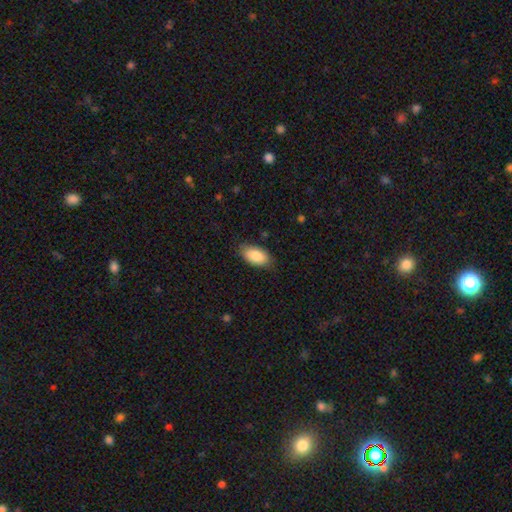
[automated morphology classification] type=smooth (86%); roundness=in between (94%); merging=none (81%).